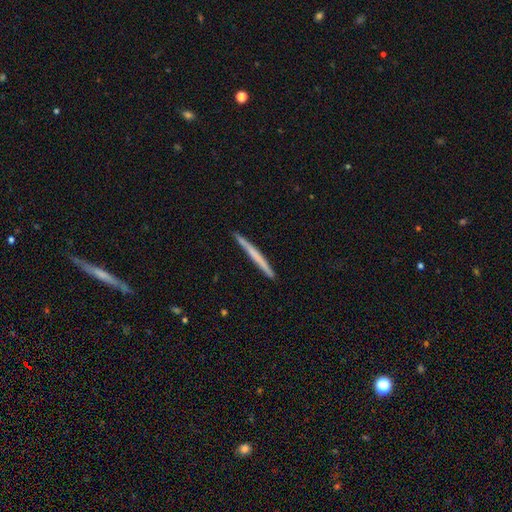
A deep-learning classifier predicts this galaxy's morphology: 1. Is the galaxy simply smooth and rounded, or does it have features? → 52% smooth, 43% featured or disk, 6% star or artifact.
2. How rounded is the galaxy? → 97% cigar-shaped, 2% in between, 1% round.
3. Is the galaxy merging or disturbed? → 91% none, 7% minor disturbance, 1% major disturbance, 1% merger.